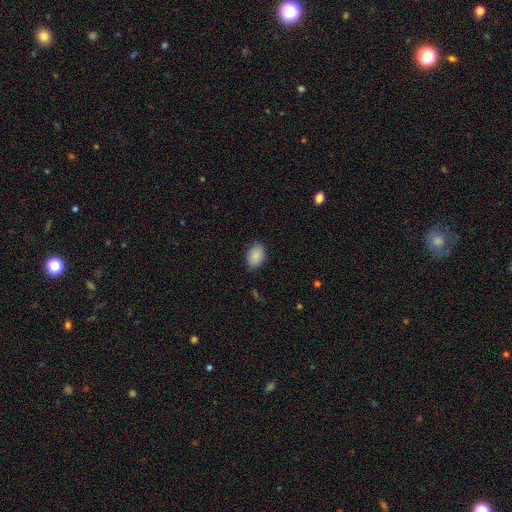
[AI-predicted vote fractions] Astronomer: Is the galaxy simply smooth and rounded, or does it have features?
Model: smooth — 88%.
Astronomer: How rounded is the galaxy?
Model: in between — 86%.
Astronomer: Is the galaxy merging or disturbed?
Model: none — 85%.